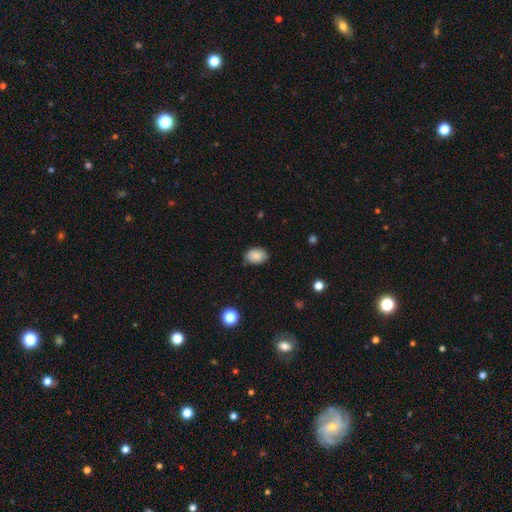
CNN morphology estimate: A smooth galaxy with no disk features (87%) that is in between round and cigar-shaped (82%).

Vote fractions:
- Smooth or featured? smooth: 87% / star or artifact: 8% / featured or disk: 5%
- How rounded? in between: 82% / round: 17% / cigar-shaped: 1%
- Merging? none: 76% / minor disturbance: 19% / major disturbance: 3% / merger: 1%